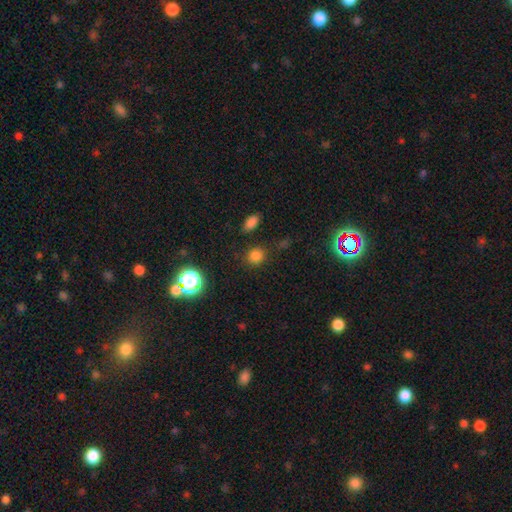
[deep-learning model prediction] A smooth galaxy with no disk features (78%) that is round (82%).

Vote fractions:
- Smooth or featured? smooth: 78% / star or artifact: 18% / featured or disk: 4%
- How rounded? round: 82% / in between: 16% / cigar-shaped: 1%
- Merging? none: 84% / minor disturbance: 10% / major disturbance: 3% / merger: 3%